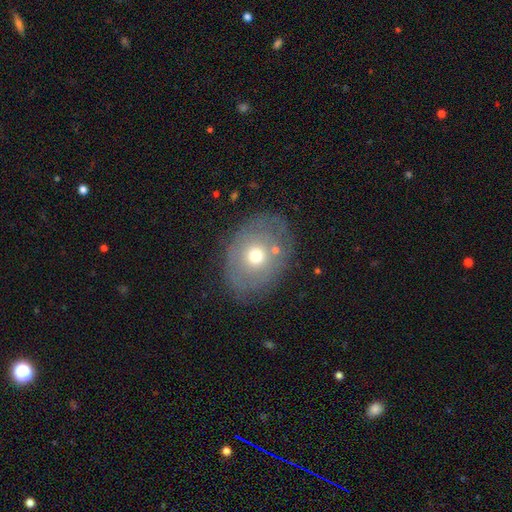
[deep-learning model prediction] Overall: smooth (55%; featured or disk 36%). How rounded: in between (63%; round 36%). Merging: none (76%).